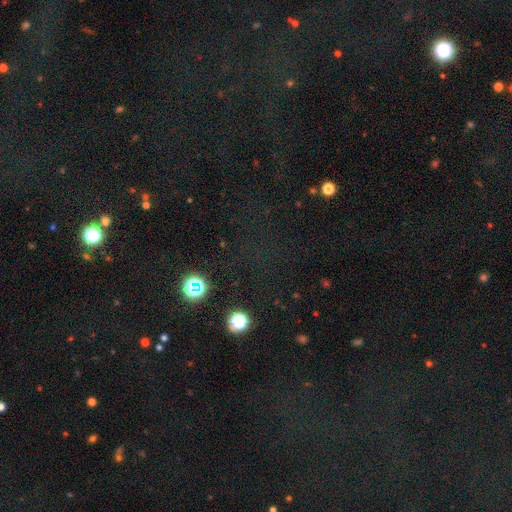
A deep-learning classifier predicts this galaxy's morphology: Smooth or featured? star or artifact (72%)